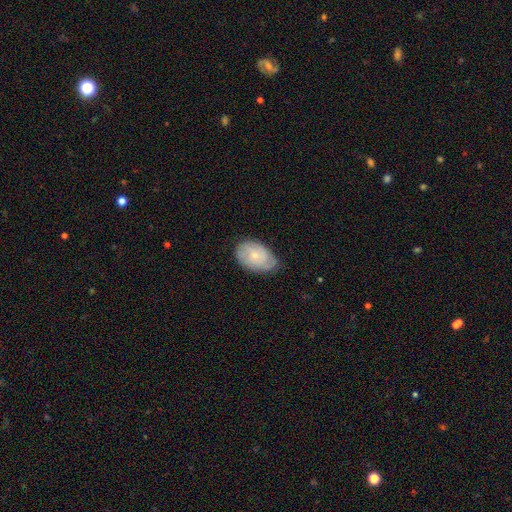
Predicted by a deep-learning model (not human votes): This appears to be a featured or disk galaxy (51%). Merging: none (65%).